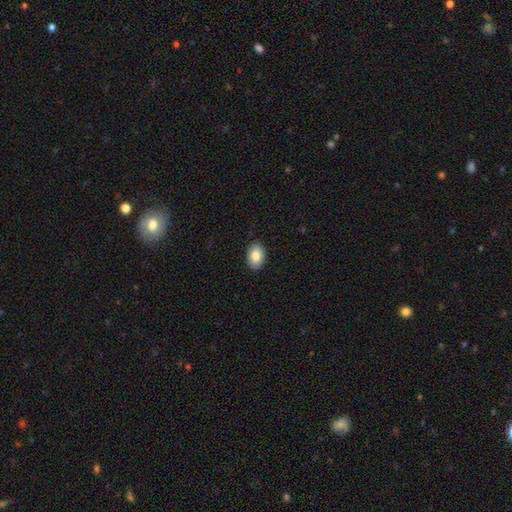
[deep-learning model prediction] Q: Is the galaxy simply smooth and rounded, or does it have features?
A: smooth — 85%.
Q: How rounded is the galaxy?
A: in between — 88%.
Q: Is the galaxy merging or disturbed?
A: none — 89%.